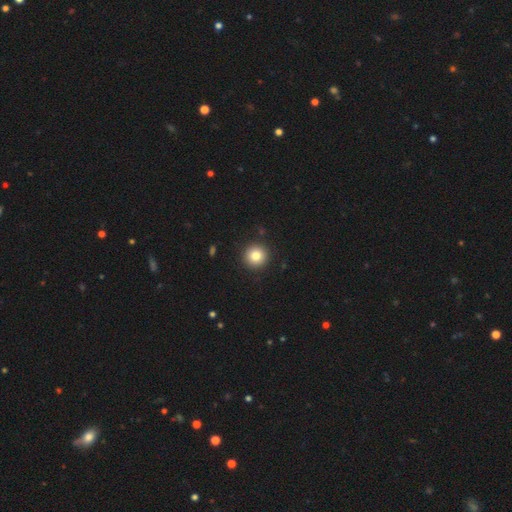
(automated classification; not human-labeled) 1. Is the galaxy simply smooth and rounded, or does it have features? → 82% smooth, 10% star or artifact, 8% featured or disk.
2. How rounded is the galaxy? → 95% round, 4% in between, 1% cigar-shaped.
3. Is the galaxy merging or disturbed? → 92% none, 5% minor disturbance, 2% major disturbance, 1% merger.